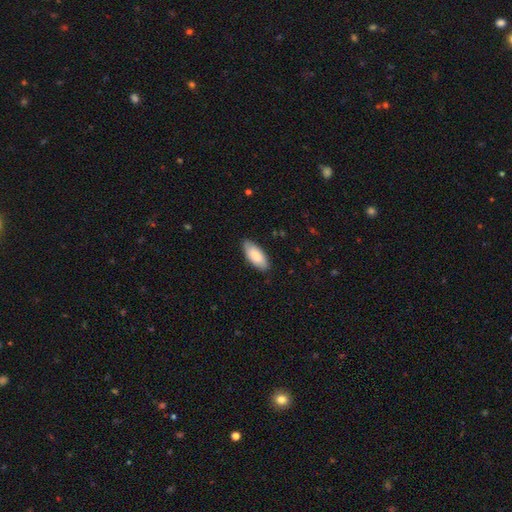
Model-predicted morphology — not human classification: type=smooth (85%); roundness=in between (87%); merging=none (85%).